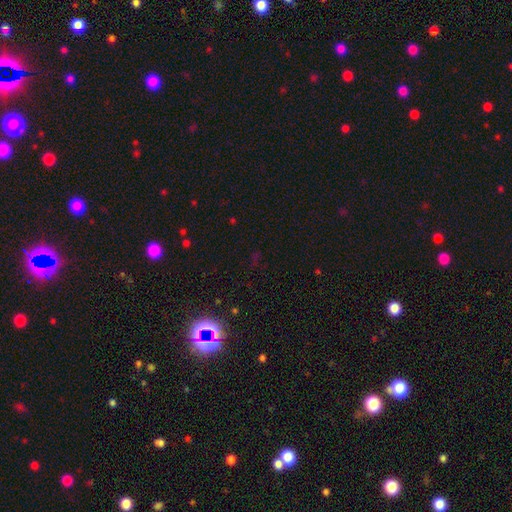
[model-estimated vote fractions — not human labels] This appears to be a star or artifact, not a galaxy (69%).